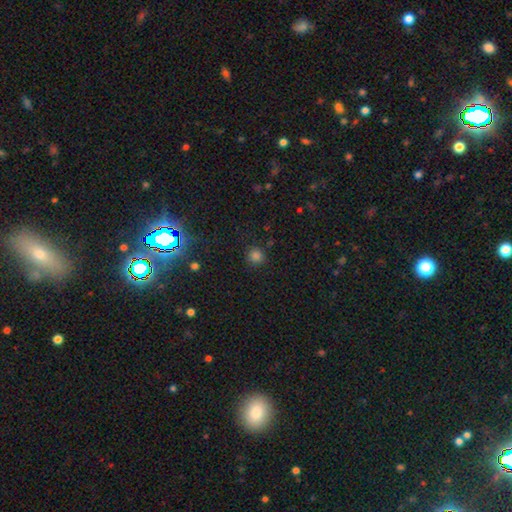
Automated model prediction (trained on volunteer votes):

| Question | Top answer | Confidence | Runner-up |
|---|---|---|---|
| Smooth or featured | smooth | 78% | star or artifact (17%) |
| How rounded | round | 93% | in between (6%) |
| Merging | none | 88% | minor disturbance (8%) |